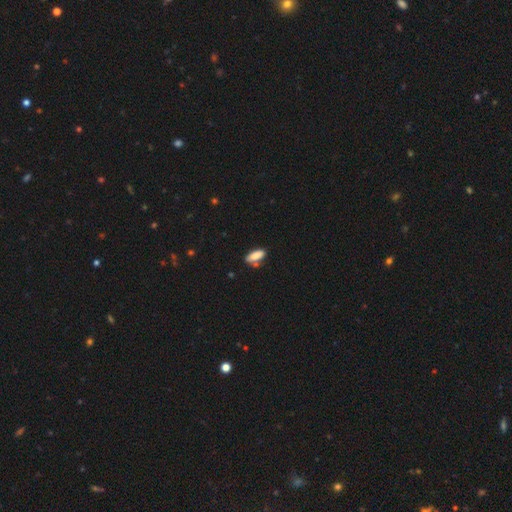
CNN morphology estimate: smooth 85%, featured or disk 8%, star or artifact 7%. Down the decision tree: how rounded — in between (77%); merging — none (66%).